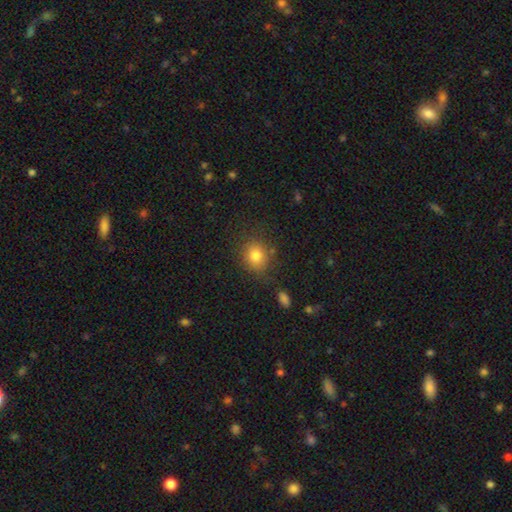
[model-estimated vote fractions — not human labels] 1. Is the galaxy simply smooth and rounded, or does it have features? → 80% smooth, 11% star or artifact, 8% featured or disk.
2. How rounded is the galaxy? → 68% round, 30% in between, 1% cigar-shaped.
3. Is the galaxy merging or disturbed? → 78% none, 14% minor disturbance, 4% major disturbance, 4% merger.